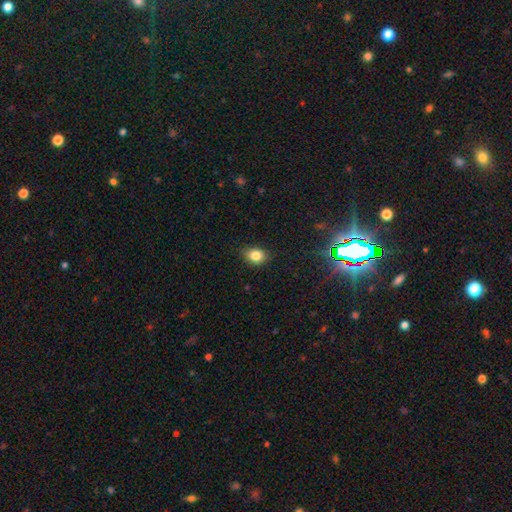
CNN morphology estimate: Smooth or featured? smooth (81%)
How rounded? in between (53%)
Merging? none (77%)